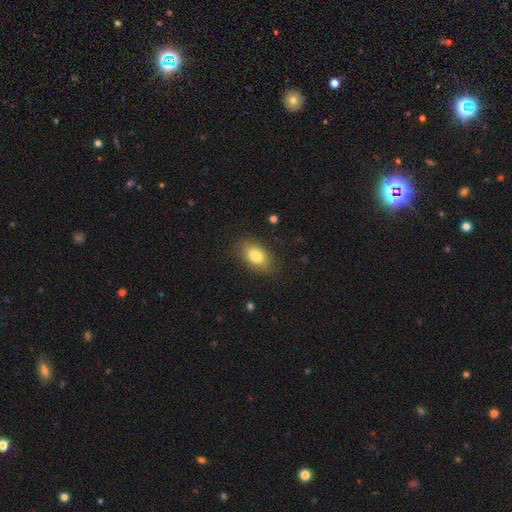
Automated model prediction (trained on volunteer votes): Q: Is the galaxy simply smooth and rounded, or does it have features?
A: smooth — 81%.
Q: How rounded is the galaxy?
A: in between — 88%.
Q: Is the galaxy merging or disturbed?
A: none — 84%.